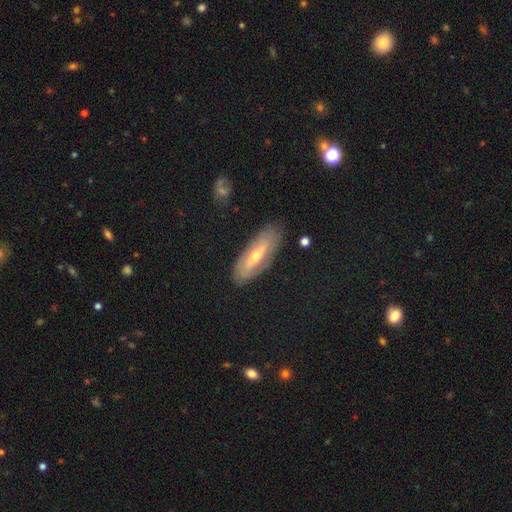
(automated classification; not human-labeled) The model was most divided on "smooth or featured": featured or disk: 59%, smooth: 32%, star or artifact: 8%. More confident: merging — none (82%); edge-on disk — no (71%).